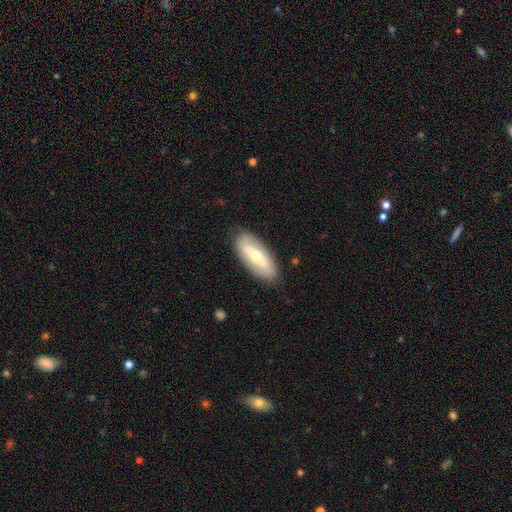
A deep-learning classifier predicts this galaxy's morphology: A featured or disk galaxy (51%). Merging: none (85%).